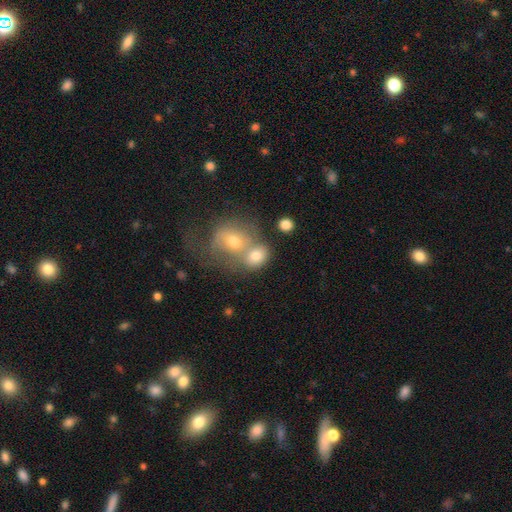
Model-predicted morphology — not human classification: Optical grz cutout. It shows a smooth galaxy with no disk features (71%) that is round (54%). Merging: merger (53%).